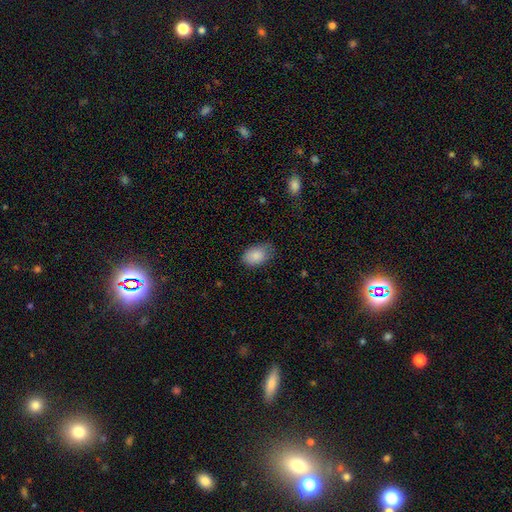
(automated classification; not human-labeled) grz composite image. It shows a smooth galaxy with no disk features (87%) that is in between round and cigar-shaped (87%). Merging: none (68%).